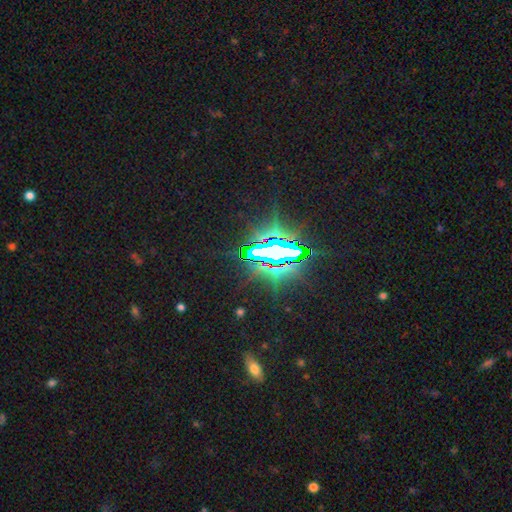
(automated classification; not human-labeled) Smooth or featured? Predicted: star or artifact (p=0.82).